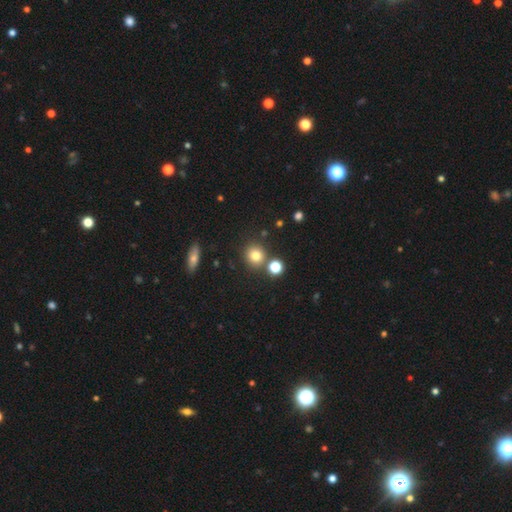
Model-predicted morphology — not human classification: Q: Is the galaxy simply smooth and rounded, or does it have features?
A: smooth — 78%.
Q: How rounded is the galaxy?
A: round — 87%.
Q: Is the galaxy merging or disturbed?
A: none — 77%.